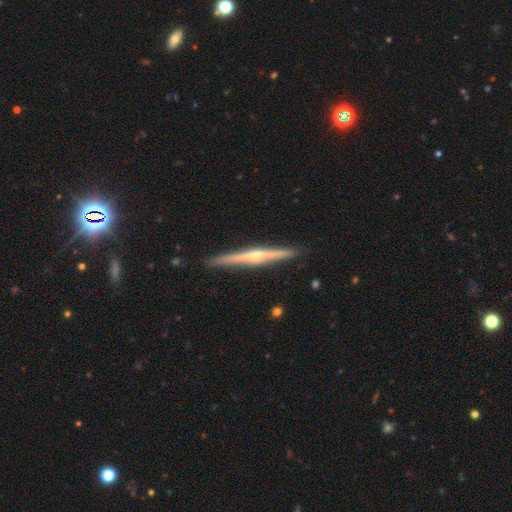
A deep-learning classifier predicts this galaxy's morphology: featured or disk 77%, smooth 18%, star or artifact 5%. Down the decision tree: edge-on disk — yes (98%); edge-on bulge — rounded (78%); merging — none (91%).